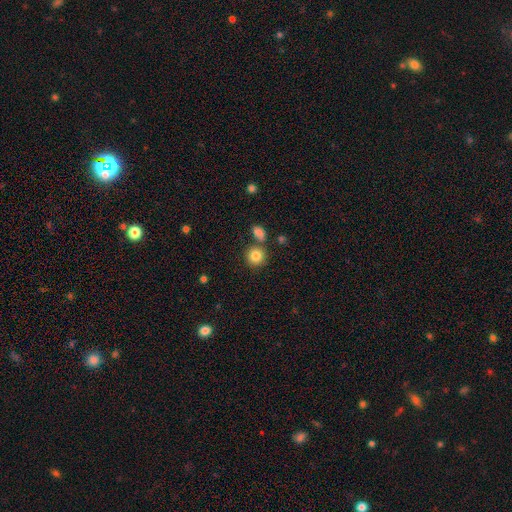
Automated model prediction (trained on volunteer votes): Smooth or featured?
  - smooth: 84% *
  - star or artifact: 10%
  - featured or disk: 6%
How rounded?
  - round: 88% *
  - in between: 11%
  - cigar-shaped: 1%
Merging?
  - none: 73% *
  - merger: 14%
  - minor disturbance: 10%
  - major disturbance: 3%